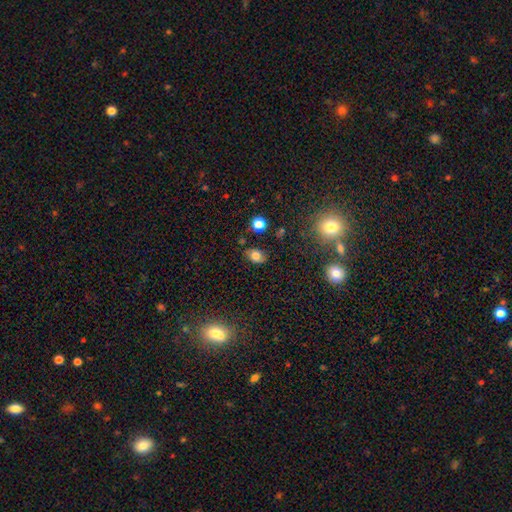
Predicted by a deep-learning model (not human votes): Smooth or featured: smooth — 77% (star or artifact — 13%)
How rounded: in between — 72% (round — 27%)
Merging: none — 79% (minor disturbance — 15%)